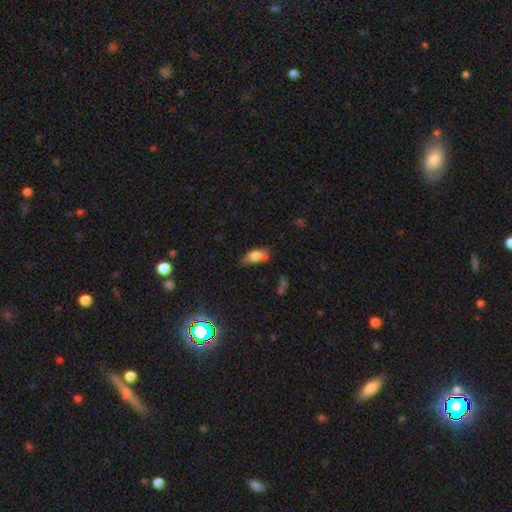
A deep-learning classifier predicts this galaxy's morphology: A smooth galaxy with no disk features (70%) that is in between round and cigar-shaped (81%).

Vote fractions:
- Smooth or featured? smooth: 70% / featured or disk: 21% / star or artifact: 10%
- How rounded? in between: 81% / cigar-shaped: 14% / round: 5%
- Merging? none: 47% / minor disturbance: 29% / merger: 14% / major disturbance: 10%